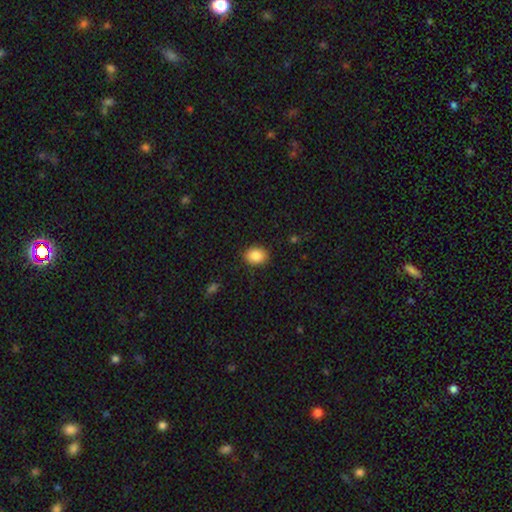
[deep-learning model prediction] Morphology: type=smooth (87%); roundness=in between (57%); merging=none (88%).